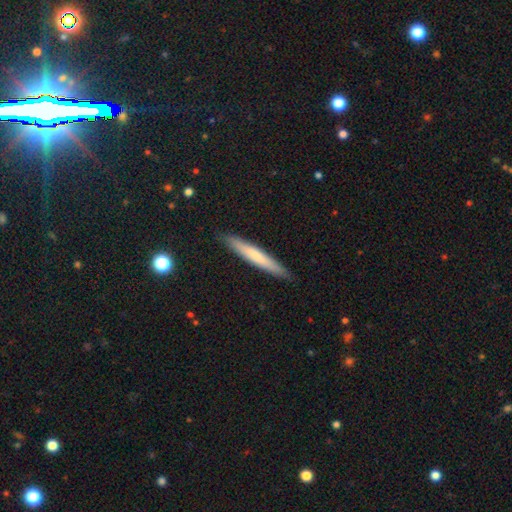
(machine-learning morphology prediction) Smooth or featured?
  - smooth: 63% *
  - featured or disk: 32%
  - star or artifact: 6%
How rounded?
  - cigar-shaped: 95% *
  - in between: 4%
  - round: 1%
Merging?
  - none: 90% *
  - minor disturbance: 8%
  - major disturbance: 1%
  - merger: 1%